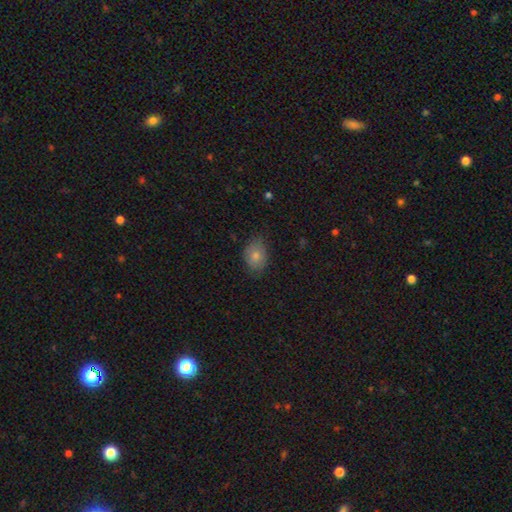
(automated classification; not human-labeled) smooth_or_featured: smooth (p=0.79) [alt: featured or disk p=0.13]
how_rounded: in between (p=0.78) [alt: round p=0.21]
merging: none (p=0.73) [alt: minor disturbance p=0.22]